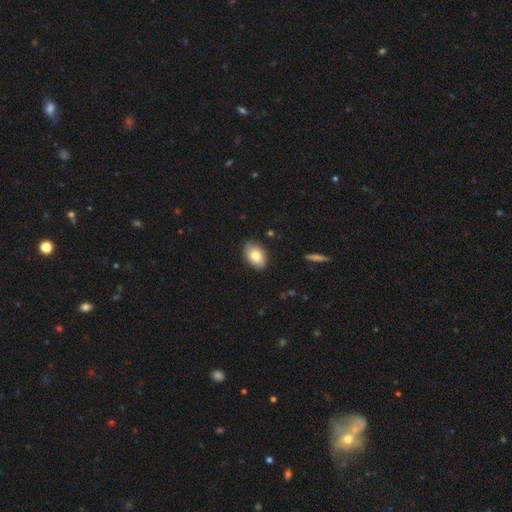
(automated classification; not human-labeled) This appears to be a smooth galaxy with no disk features (78%) that is in between round and cigar-shaped (90%). Merging: none (85%).